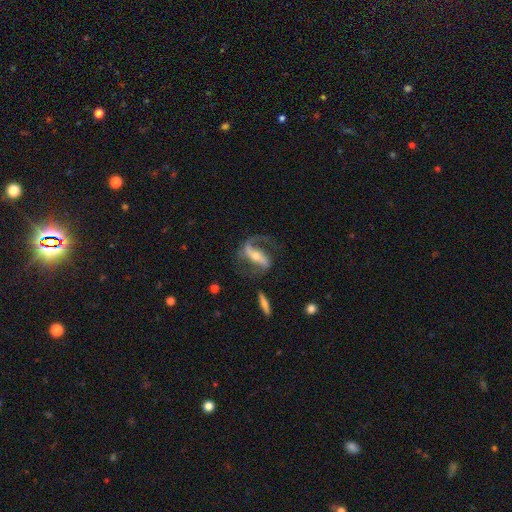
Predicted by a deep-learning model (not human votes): Morphology: type=featured or disk (87%); edge-on=no (91%); bar=strong (63%); spiral arms=yes (95%); winding=loose (50%); arm count=2 (78%); bulge=small (47%); merging=none (64%).